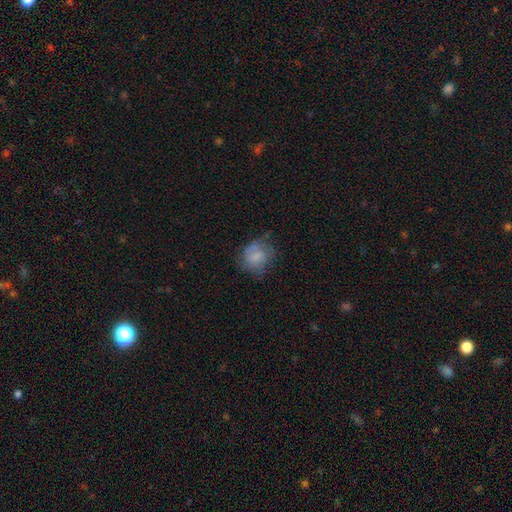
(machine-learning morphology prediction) A smooth galaxy with no disk features (71%) that is round (68%). Merging: none (53%).